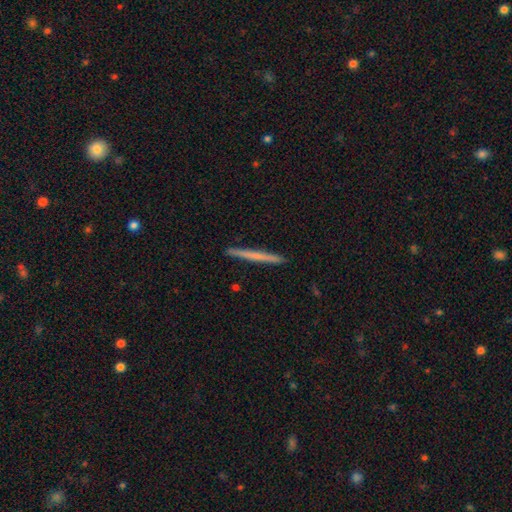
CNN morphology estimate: smooth_or_featured: smooth (p=0.52) [alt: featured or disk p=0.43]
how_rounded: cigar-shaped (p=0.97) [alt: in between p=0.02]
merging: none (p=0.93) [alt: minor disturbance p=0.05]